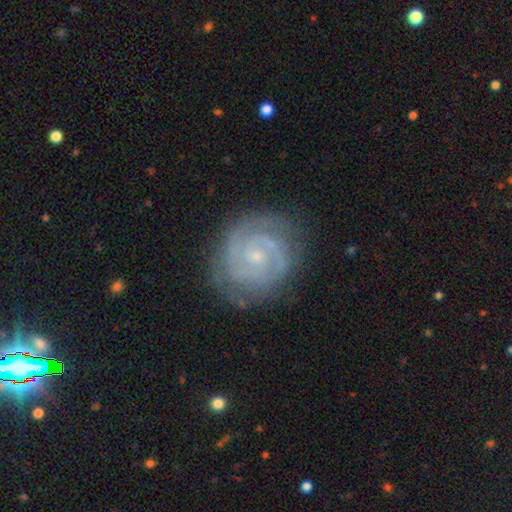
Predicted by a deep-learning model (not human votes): Overall: featured or disk (89%). Edge-on disk: no (98%). Bar: no (71%). Spiral arms: yes (98%). Spiral arm count: 2 (62%). Spiral winding: tight (76%). Bulge size: small (82%). Merging: none (81%).